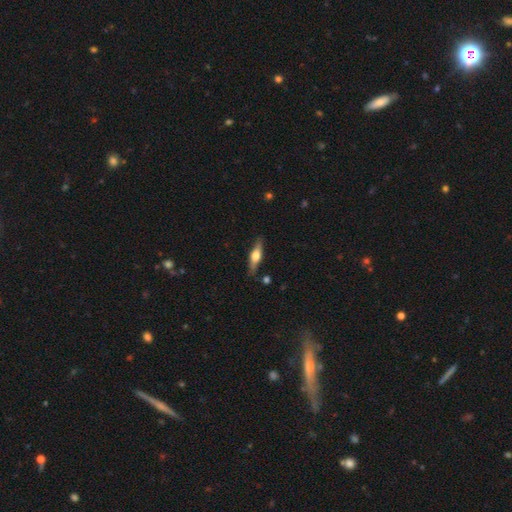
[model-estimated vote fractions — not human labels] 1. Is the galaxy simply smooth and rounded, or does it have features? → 58% featured or disk, 36% smooth, 6% star or artifact.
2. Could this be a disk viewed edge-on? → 95% yes, 5% no.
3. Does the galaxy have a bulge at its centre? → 93% rounded, 5% boxy, 2% none.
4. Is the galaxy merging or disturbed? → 85% none, 11% minor disturbance, 2% major disturbance, 2% merger.